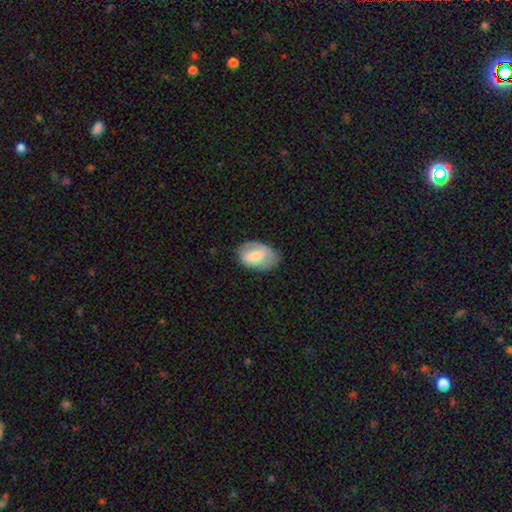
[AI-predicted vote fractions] Smooth or featured?
  - smooth: 64% *
  - featured or disk: 30%
  - star or artifact: 7%
How rounded?
  - in between: 87% *
  - round: 11%
  - cigar-shaped: 1%
Merging?
  - none: 69% *
  - minor disturbance: 22%
  - major disturbance: 7%
  - merger: 1%